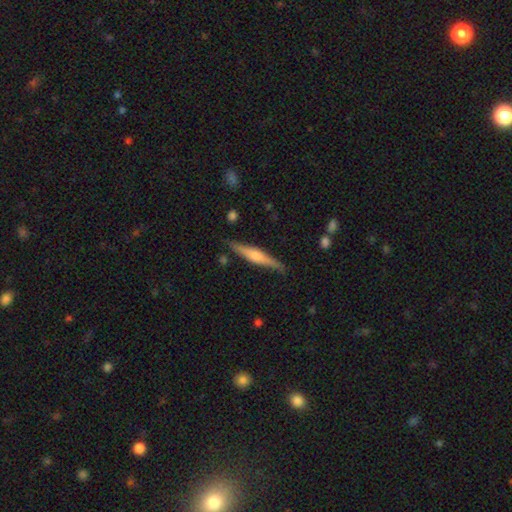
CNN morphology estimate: smooth_or_featured: featured or disk (p=0.57) [alt: smooth p=0.37]
disk_edge_on: yes (p=0.96) [alt: no p=0.04]
edge_on_bulge: rounded (p=0.71) [alt: boxy p=0.18]
merging: none (p=0.85) [alt: minor disturbance p=0.11]